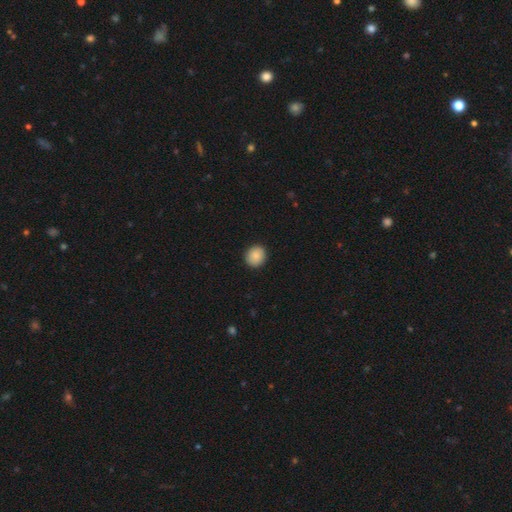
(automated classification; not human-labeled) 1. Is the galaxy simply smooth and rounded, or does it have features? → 89% smooth, 8% star or artifact, 4% featured or disk.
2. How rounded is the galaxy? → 83% round, 17% in between, 1% cigar-shaped.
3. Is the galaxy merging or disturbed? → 92% none, 6% minor disturbance, 2% major disturbance, 1% merger.